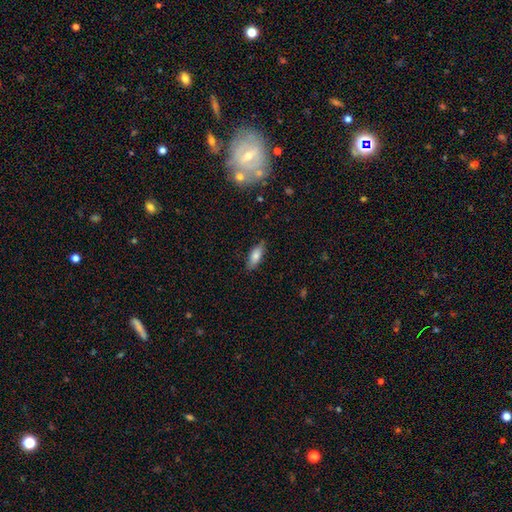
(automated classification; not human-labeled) smooth_or_featured: smooth (p=0.77) [alt: featured or disk p=0.16]
how_rounded: in between (p=0.71) [alt: cigar-shaped p=0.26]
merging: none (p=0.83) [alt: minor disturbance p=0.14]